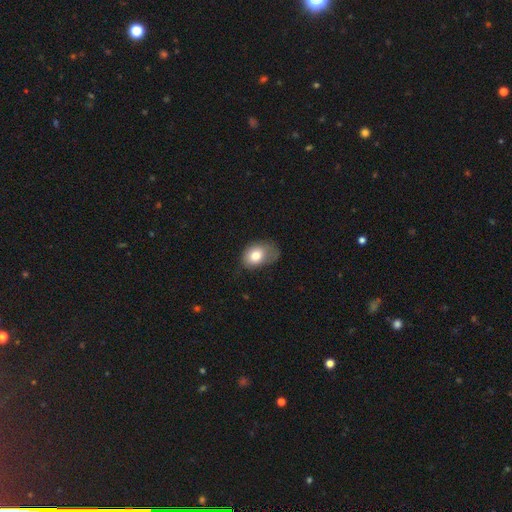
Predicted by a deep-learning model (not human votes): Smooth or featured?
  - smooth: 77% *
  - featured or disk: 15%
  - star or artifact: 8%
How rounded?
  - in between: 74% *
  - round: 24%
  - cigar-shaped: 1%
Merging?
  - minor disturbance: 40% *
  - none: 36%
  - major disturbance: 22%
  - merger: 2%